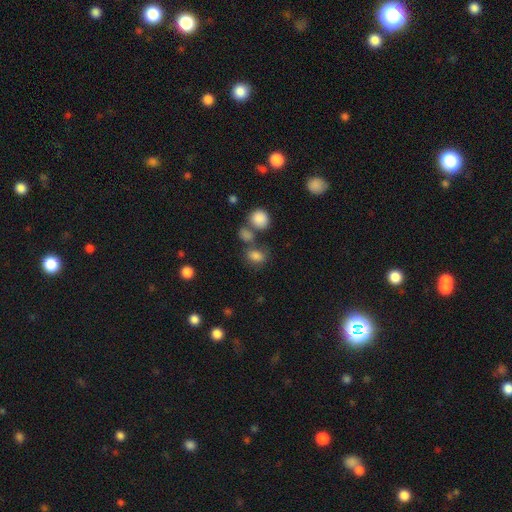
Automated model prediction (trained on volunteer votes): Overall: smooth (79%). How rounded: in between (66%; round 33%). Merging: none (50%; merger 26%).